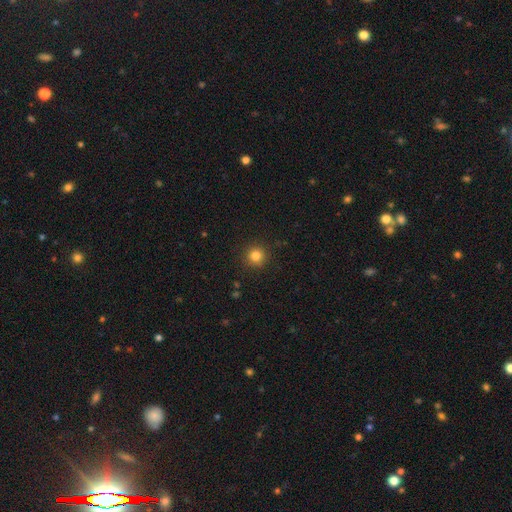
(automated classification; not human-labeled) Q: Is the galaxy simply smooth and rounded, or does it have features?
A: smooth — 82%.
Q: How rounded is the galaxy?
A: round — 95%.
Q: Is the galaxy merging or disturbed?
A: none — 92%.